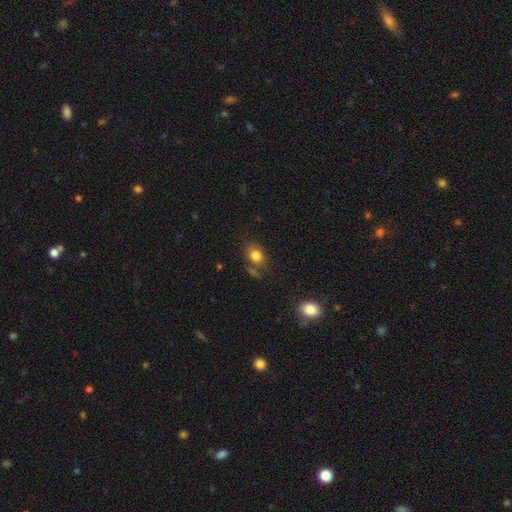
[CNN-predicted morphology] Smooth or featured: smooth — 82% (star or artifact — 11%)
How rounded: in between — 61% (round — 37%)
Merging: none — 68% (minor disturbance — 16%)